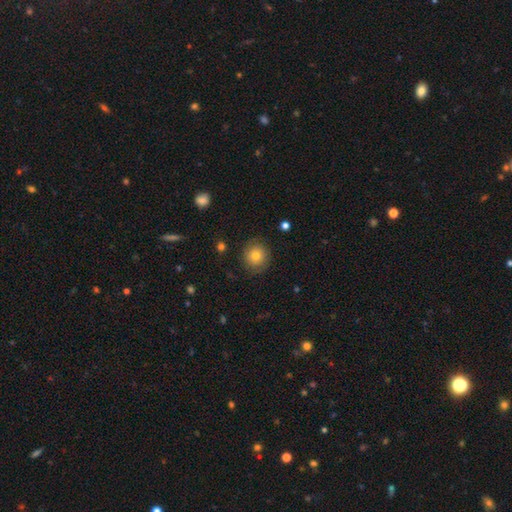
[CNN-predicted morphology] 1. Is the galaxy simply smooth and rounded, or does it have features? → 70% smooth, 19% featured or disk, 11% star or artifact.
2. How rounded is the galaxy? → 91% round, 8% in between, 1% cigar-shaped.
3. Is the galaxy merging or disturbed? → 82% none, 12% minor disturbance, 5% major disturbance, 1% merger.